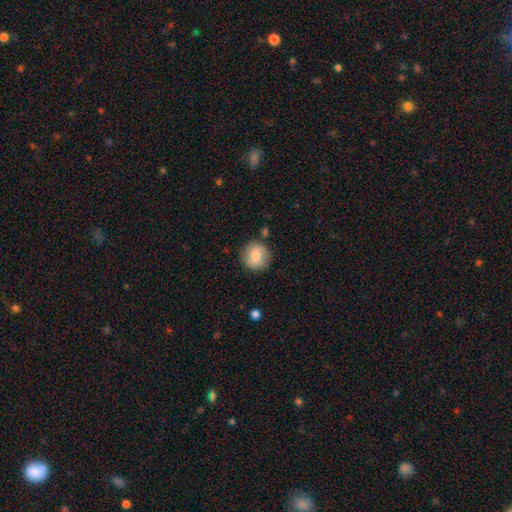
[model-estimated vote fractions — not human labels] smooth-or-featured: smooth: 76% | featured or disk: 17% | star or artifact: 7%
  how-rounded: round: 91% | in between: 8% | cigar-shaped: 1%
  merging: none: 85% | minor disturbance: 10% | major disturbance: 3% | merger: 3%